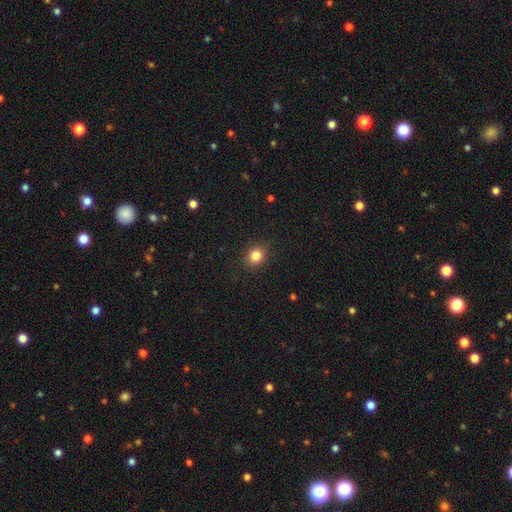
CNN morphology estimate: Smooth or featured: smooth — 83% (star or artifact — 11%)
How rounded: round — 70% (in between — 29%)
Merging: none — 89% (minor disturbance — 8%)